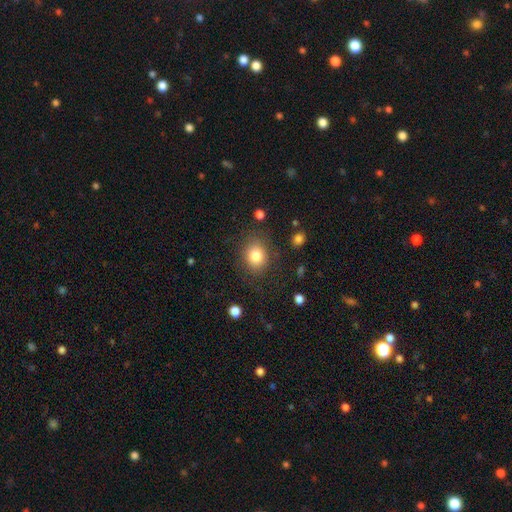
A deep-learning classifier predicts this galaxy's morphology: This is clearly a smooth galaxy (82%). How rounded: likely round (65%). Merging: clearly none (80%).